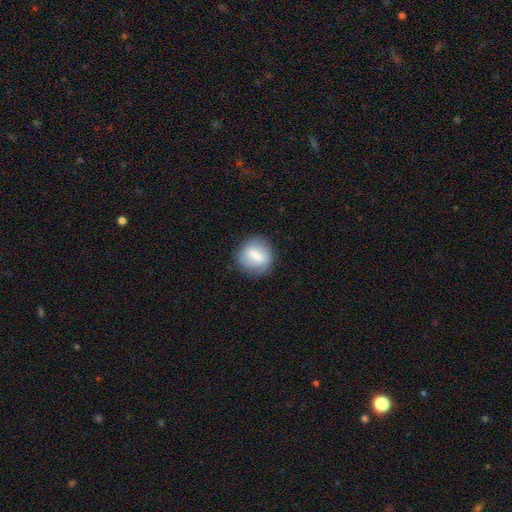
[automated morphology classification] Smooth or featured: smooth — 67% (featured or disk — 25%)
How rounded: round — 74% (in between — 24%)
Merging: none — 75% (minor disturbance — 18%)